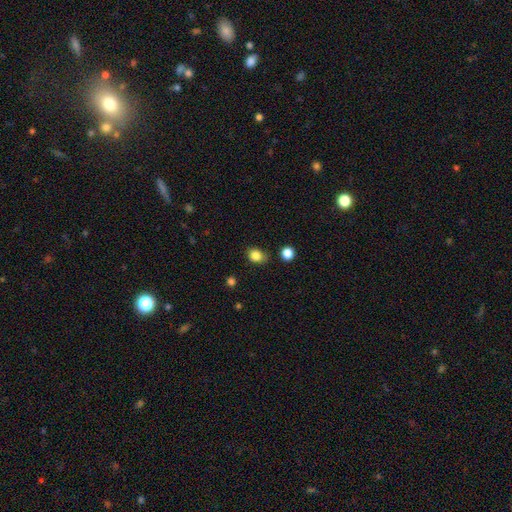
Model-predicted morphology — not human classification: This is clearly a smooth galaxy (85%). How rounded: possibly round (50%). Merging: likely none (76%).